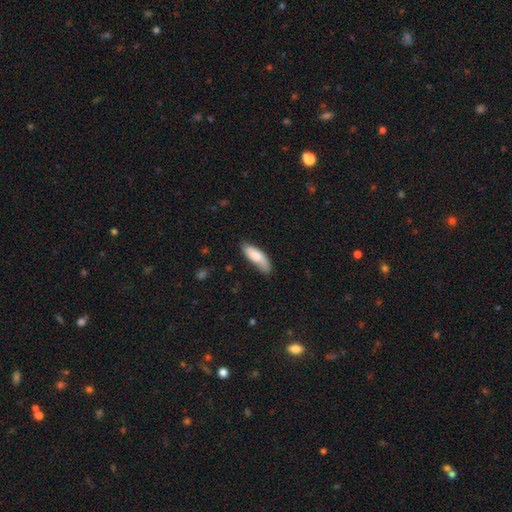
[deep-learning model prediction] Smooth or featured: smooth — 75% (featured or disk — 19%)
How rounded: in between — 60% (cigar-shaped — 38%)
Merging: none — 65% (minor disturbance — 27%)